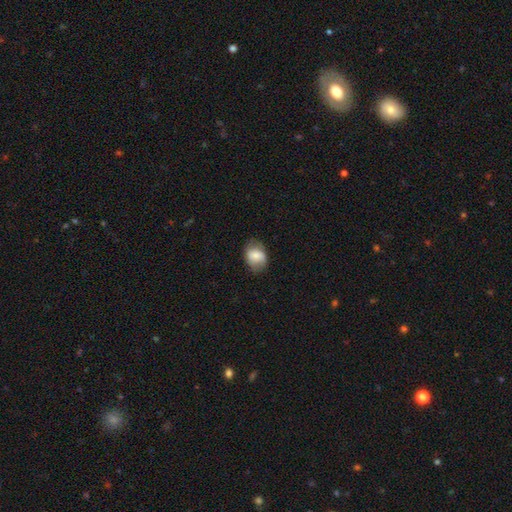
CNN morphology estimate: Q: Smooth or featured?
A: smooth (75%); runner-up: featured or disk (17%)
Q: How rounded?
A: in between (67%); runner-up: round (32%)
Q: Merging?
A: none (71%); runner-up: minor disturbance (21%)